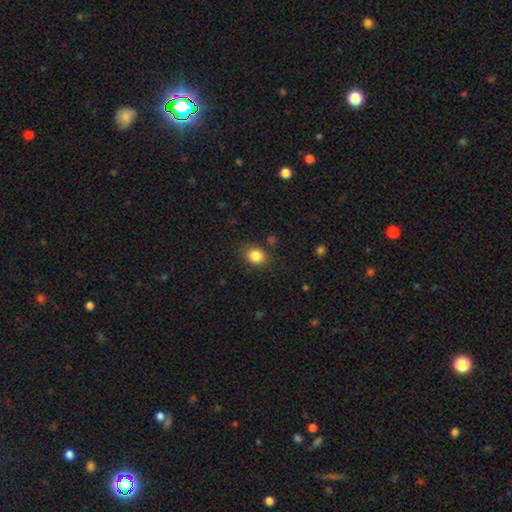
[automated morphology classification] smooth-or-featured: smooth: 84% | star or artifact: 10% | featured or disk: 5%
  how-rounded: round: 59% | in between: 40% | cigar-shaped: 1%
  merging: none: 82% | minor disturbance: 12% | major disturbance: 4% | merger: 2%